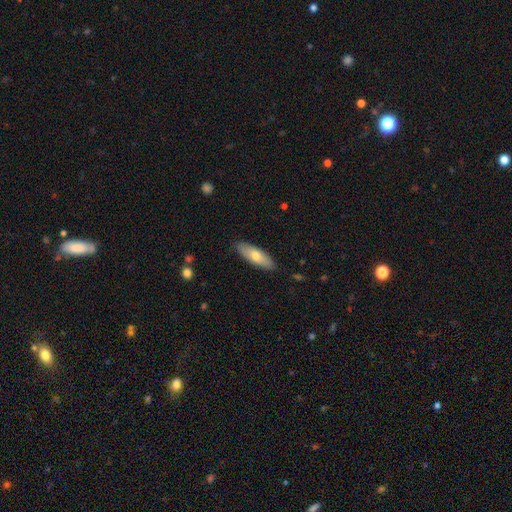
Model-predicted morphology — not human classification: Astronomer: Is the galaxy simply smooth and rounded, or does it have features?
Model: smooth — 66%.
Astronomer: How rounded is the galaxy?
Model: in between — 56% (runner-up: cigar-shaped, 42%).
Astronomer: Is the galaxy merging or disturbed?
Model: none — 87%.